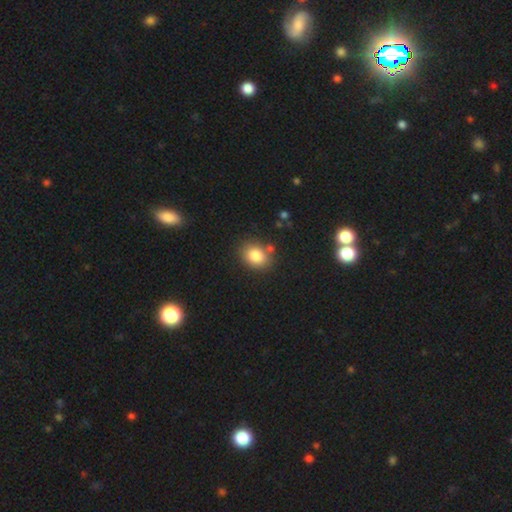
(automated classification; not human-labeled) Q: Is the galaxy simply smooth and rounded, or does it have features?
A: smooth — 84%.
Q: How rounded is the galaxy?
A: in between — 54%.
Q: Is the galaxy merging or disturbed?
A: none — 79%.